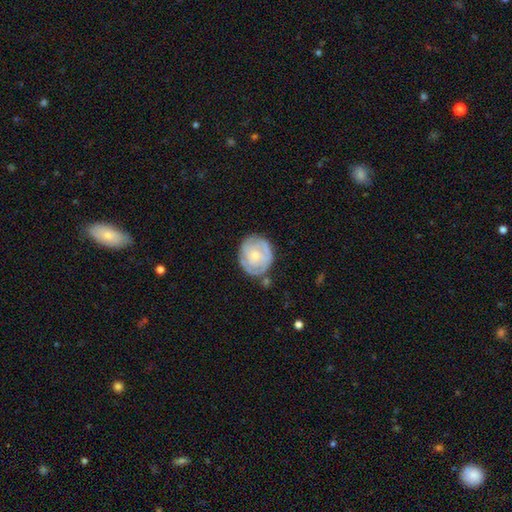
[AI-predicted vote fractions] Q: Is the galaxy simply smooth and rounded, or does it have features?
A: featured or disk — 57%.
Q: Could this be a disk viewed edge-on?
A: no — 97%.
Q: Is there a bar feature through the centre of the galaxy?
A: no — 75%.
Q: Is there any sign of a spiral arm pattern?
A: yes — 69%.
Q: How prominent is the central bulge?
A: small — 50%.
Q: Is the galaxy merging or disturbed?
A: none — 64%.